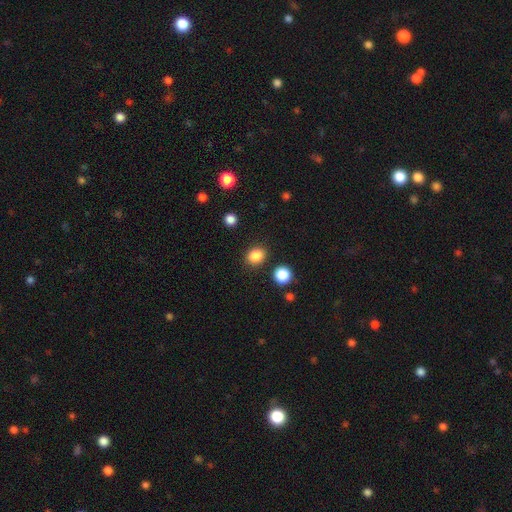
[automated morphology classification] Overall: smooth (85%). How rounded: round (56%; in between 43%). Merging: none (85%).